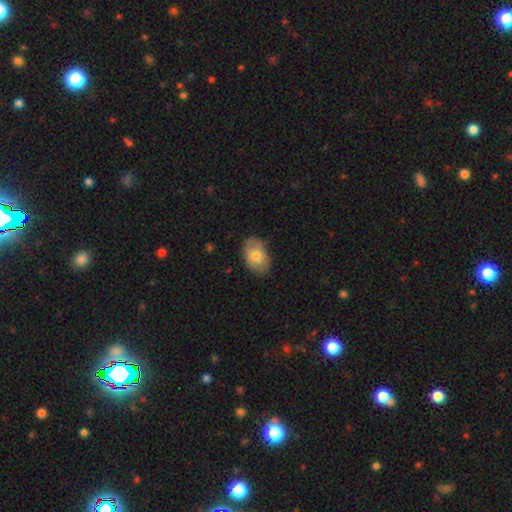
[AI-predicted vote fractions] This is likely a smooth galaxy (72%). How rounded: clearly in between (86%). Merging: likely none (74%).